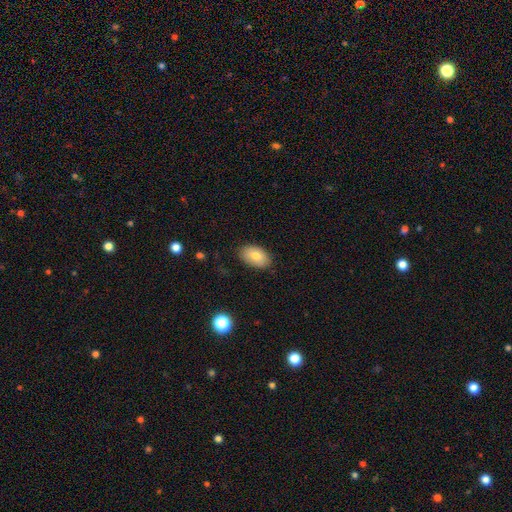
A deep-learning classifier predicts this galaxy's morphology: Smooth or featured: smooth — 77% (featured or disk — 16%)
How rounded: in between — 91% (round — 7%)
Merging: none — 83% (minor disturbance — 13%)